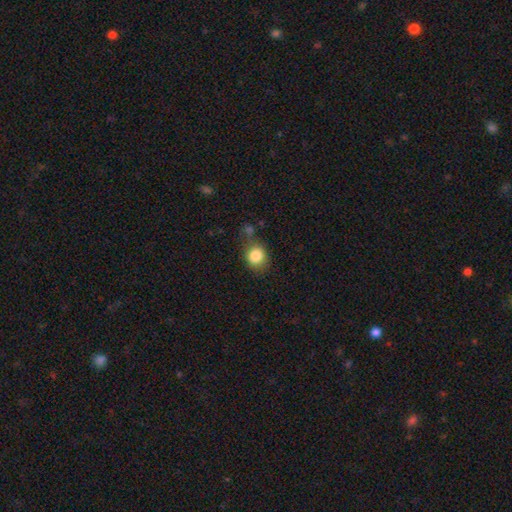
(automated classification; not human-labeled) Smooth or featured? smooth (85%)
How rounded? round (69%)
Merging? none (66%)